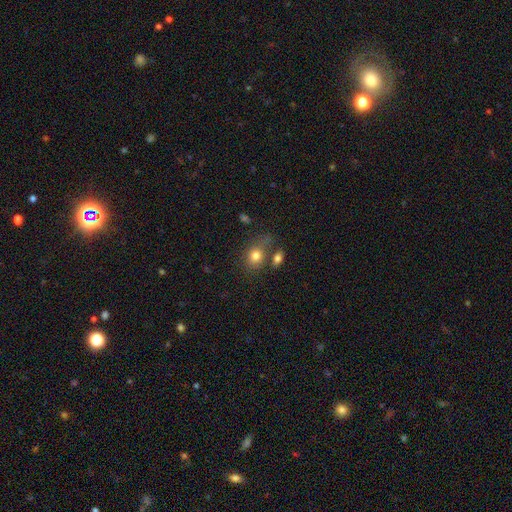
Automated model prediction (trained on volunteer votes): This is likely a smooth galaxy (79%). How rounded: possibly round (50%). Merging: possibly none (51%).